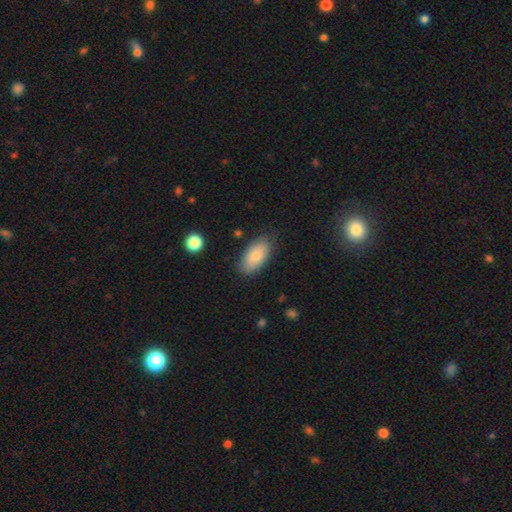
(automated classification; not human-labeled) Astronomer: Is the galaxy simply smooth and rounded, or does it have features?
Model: smooth — 79%.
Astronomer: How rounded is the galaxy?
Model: in between — 93%.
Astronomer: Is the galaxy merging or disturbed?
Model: none — 77%.